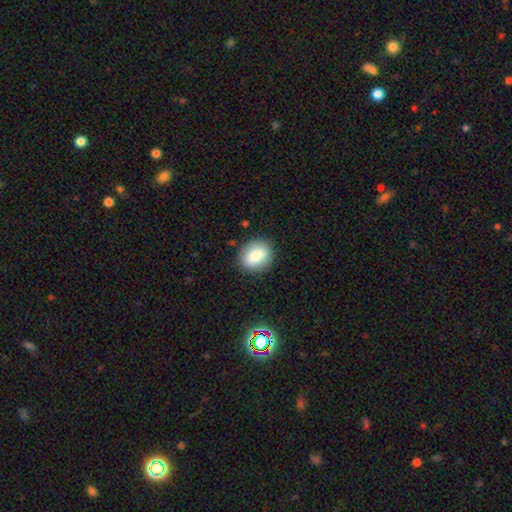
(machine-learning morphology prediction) Smooth or featured: smooth — 82% (featured or disk — 10%)
How rounded: in between — 54% (round — 45%)
Merging: none — 86% (minor disturbance — 10%)